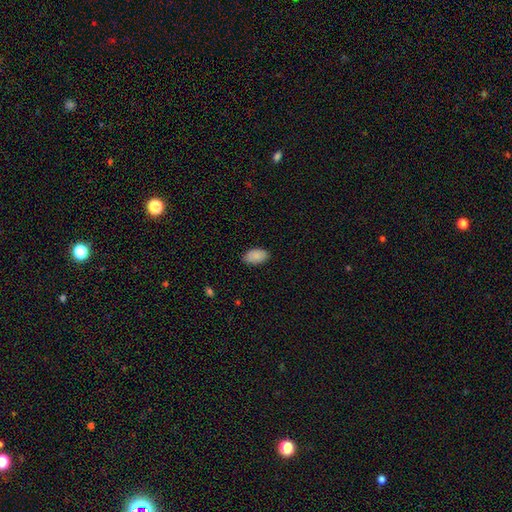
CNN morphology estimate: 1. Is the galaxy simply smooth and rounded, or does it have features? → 90% smooth, 7% star or artifact, 4% featured or disk.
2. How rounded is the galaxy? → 94% in between, 5% round, 1% cigar-shaped.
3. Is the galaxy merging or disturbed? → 85% none, 11% minor disturbance, 2% major disturbance, 1% merger.